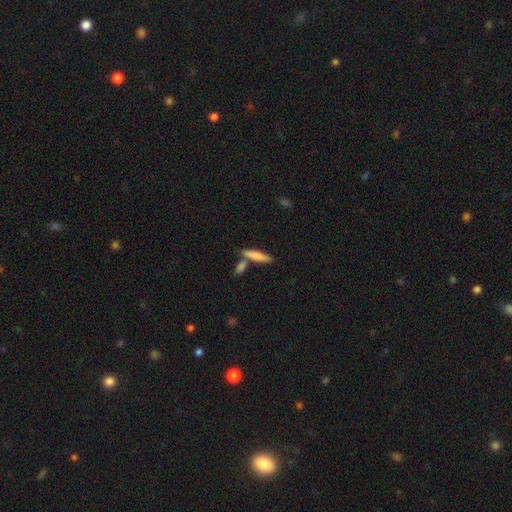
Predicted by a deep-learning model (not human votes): smooth-or-featured: smooth: 78% | featured or disk: 16% | star or artifact: 6%
  how-rounded: cigar-shaped: 78% | in between: 20% | round: 2%
  merging: none: 65% | merger: 22% | minor disturbance: 10% | major disturbance: 3%